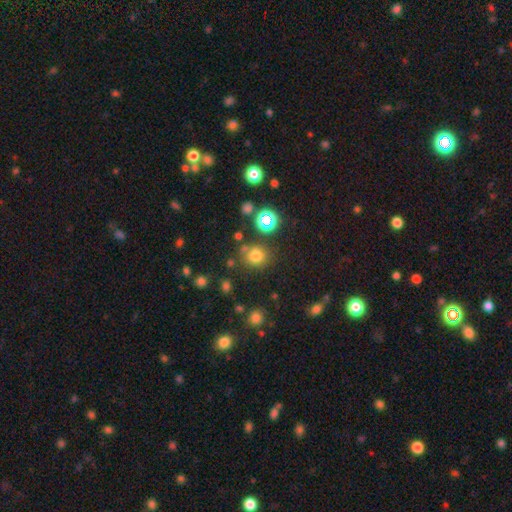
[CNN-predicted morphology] This appears to be a smooth galaxy with no disk features (71%) that is round (86%). Merging: none (75%).